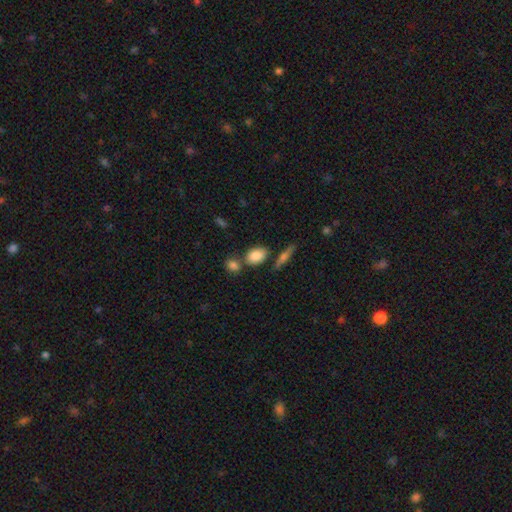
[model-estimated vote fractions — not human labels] Morphology: type=smooth (83%); roundness=in between (77%); merging=none (63%).